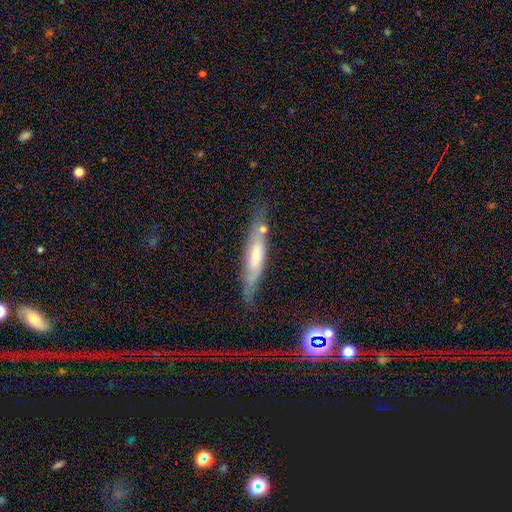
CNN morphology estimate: Smooth or featured: featured or disk — 47% (smooth — 44%)
Merging: none — 61% (minor disturbance — 23%)